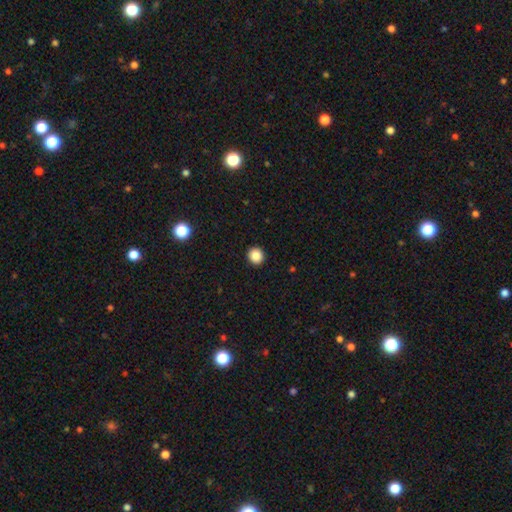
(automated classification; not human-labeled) Smooth or featured? Predicted: smooth (p=0.86). How rounded? Predicted: round (p=0.91). Merging? Predicted: none (p=0.94).